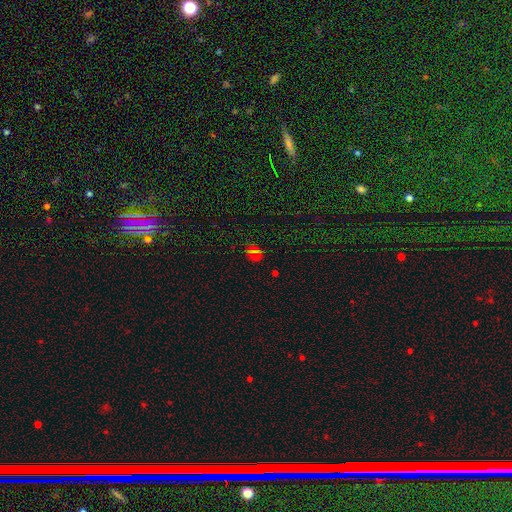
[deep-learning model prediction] smooth-or-featured: star or artifact: 57% | smooth: 34% | featured or disk: 9%